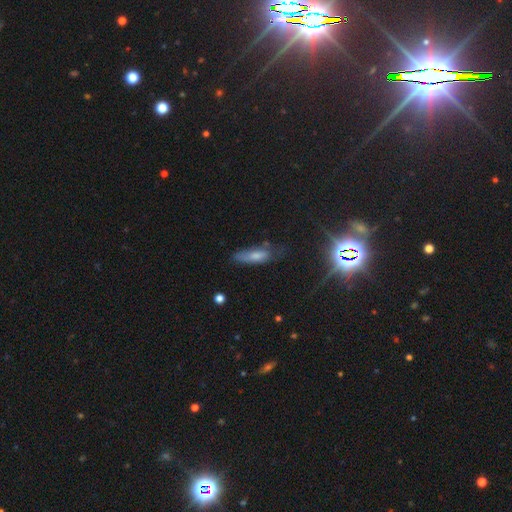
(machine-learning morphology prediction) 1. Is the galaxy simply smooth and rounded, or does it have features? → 67% smooth, 23% featured or disk, 10% star or artifact.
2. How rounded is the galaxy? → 54% in between, 44% cigar-shaped, 2% round.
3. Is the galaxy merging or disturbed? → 46% none, 34% minor disturbance, 16% major disturbance, 4% merger.